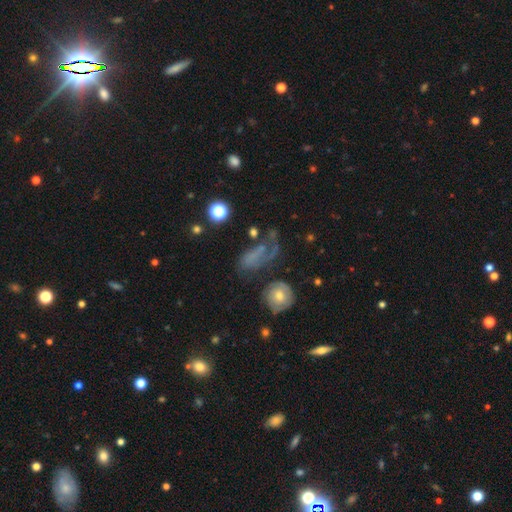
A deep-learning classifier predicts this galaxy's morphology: Q: Smooth or featured?
A: featured or disk (43%); runner-up: smooth (38%)
Q: Merging?
A: major disturbance (36%); runner-up: none (35%)